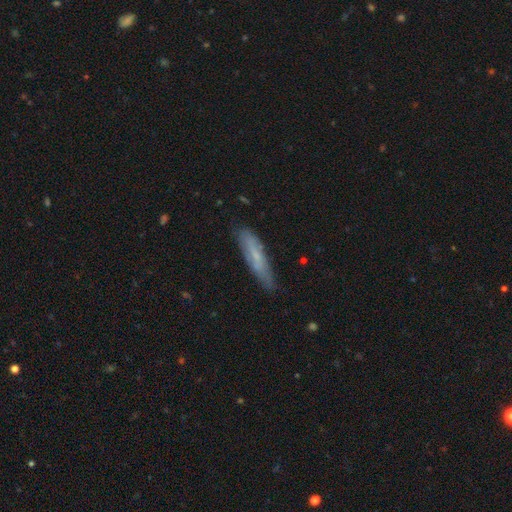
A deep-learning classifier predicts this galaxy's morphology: Smooth or featured: smooth — 54% (featured or disk — 39%)
How rounded: cigar-shaped — 81% (in between — 18%)
Merging: none — 76% (minor disturbance — 19%)